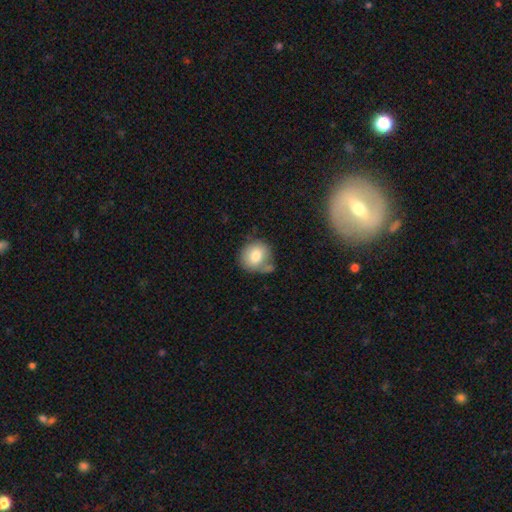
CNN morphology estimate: smooth_or_featured: smooth (p=0.78) [alt: featured or disk p=0.14]
how_rounded: round (p=0.80) [alt: in between p=0.19]
merging: none (p=0.58) [alt: minor disturbance p=0.20]